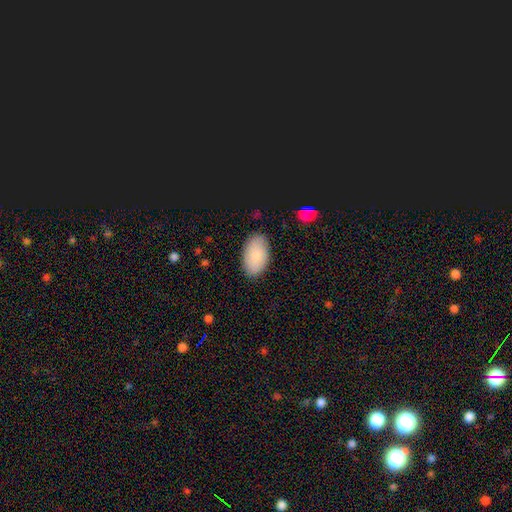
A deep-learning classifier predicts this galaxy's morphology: A smooth galaxy with no disk features (83%) that is in between round and cigar-shaped (95%).

Vote fractions:
- Smooth or featured? smooth: 83% / featured or disk: 10% / star or artifact: 6%
- How rounded? in between: 95% / round: 4% / cigar-shaped: 1%
- Merging? none: 86% / minor disturbance: 10% / major disturbance: 2% / merger: 1%